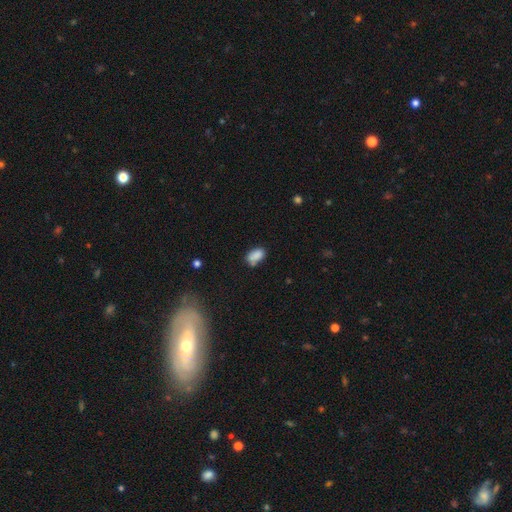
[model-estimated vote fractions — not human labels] smooth-or-featured: smooth: 84% | star or artifact: 9% | featured or disk: 7%
  how-rounded: in between: 90% | round: 8% | cigar-shaped: 2%
  merging: none: 57% | minor disturbance: 25% | merger: 12% | major disturbance: 6%